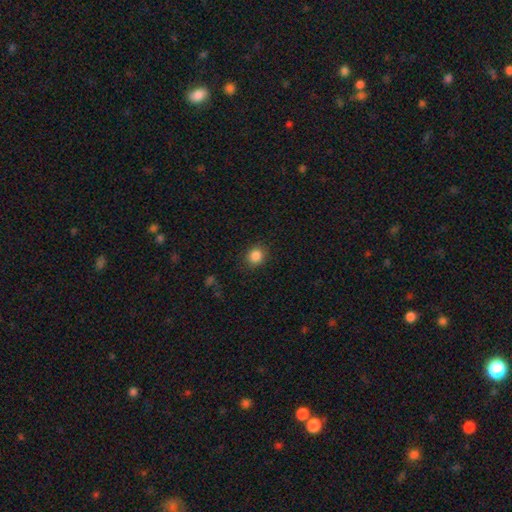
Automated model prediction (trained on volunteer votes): smooth_or_featured: smooth (p=0.86) [alt: star or artifact p=0.11]
how_rounded: round (p=0.79) [alt: in between p=0.20]
merging: none (p=0.87) [alt: minor disturbance p=0.09]